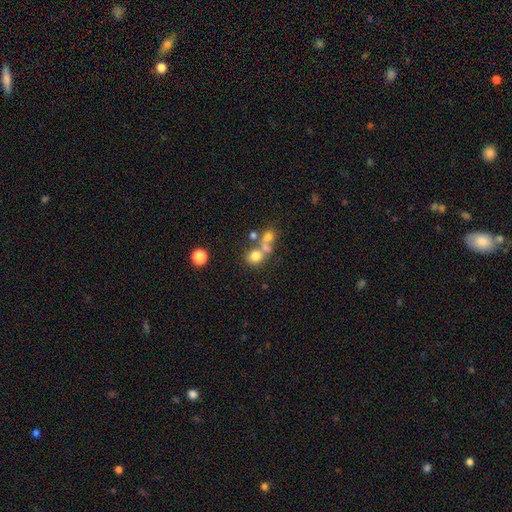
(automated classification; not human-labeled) A smooth galaxy with no disk features (71%) that is round (80%). Merging: none (44%).